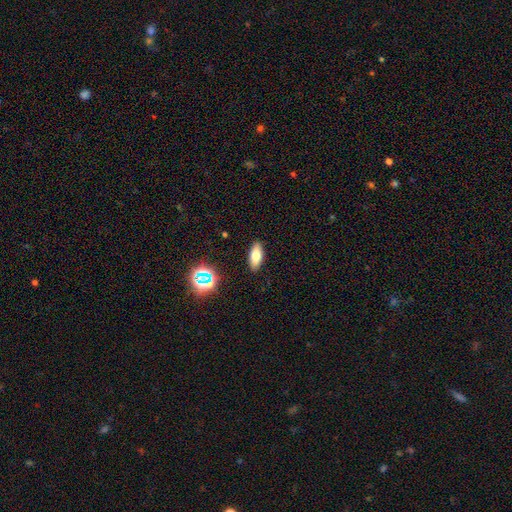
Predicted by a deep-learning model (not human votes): Q: Smooth or featured?
A: smooth (69%); runner-up: featured or disk (19%)
Q: How rounded?
A: in between (76%); runner-up: cigar-shaped (21%)
Q: Merging?
A: none (89%); runner-up: minor disturbance (8%)